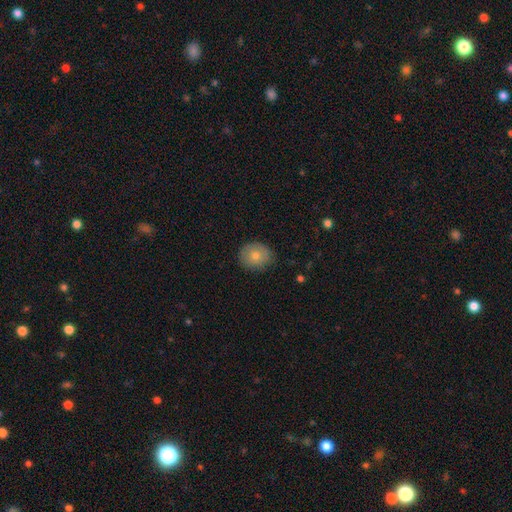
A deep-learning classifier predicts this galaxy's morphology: type=smooth (77%); roundness=round (69%); merging=none (82%).